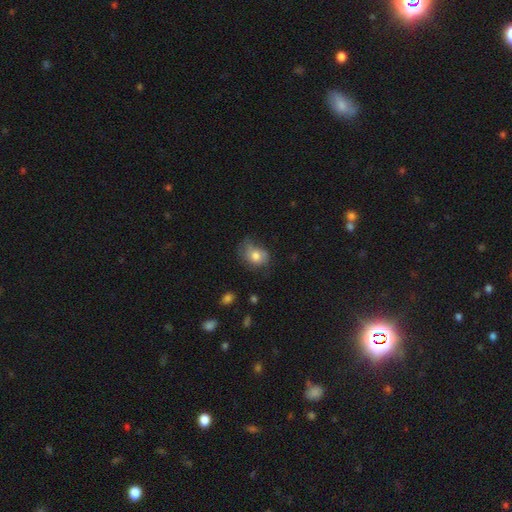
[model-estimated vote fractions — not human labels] This is likely a smooth galaxy (71%). How rounded: possibly in between (59%). Merging: marginally none (39%).